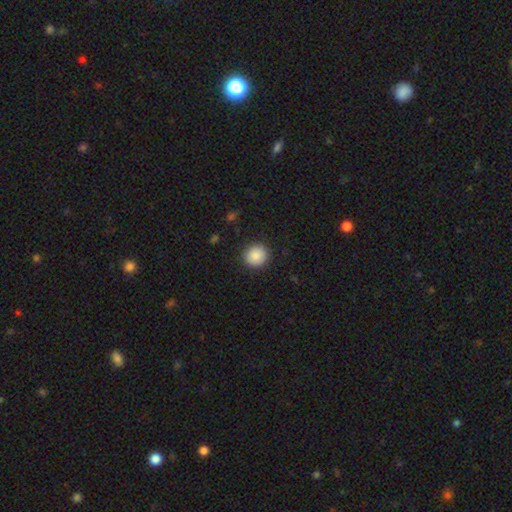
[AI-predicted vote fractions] This appears to be a smooth galaxy with no disk features (88%) that is round (88%). Merging: none (90%).